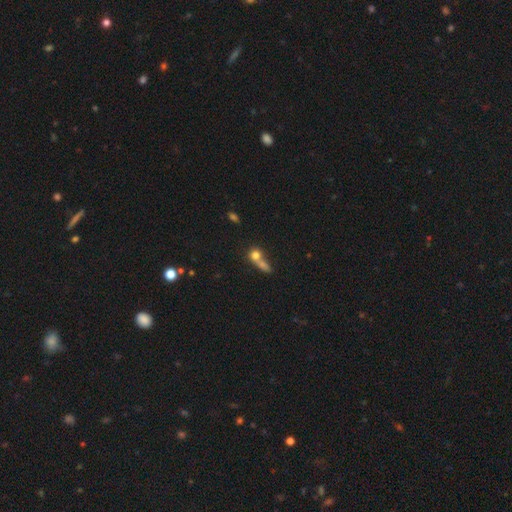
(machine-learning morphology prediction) This appears to be a smooth galaxy with no disk features (68%) that is round (61%). Merging: merger (57%).